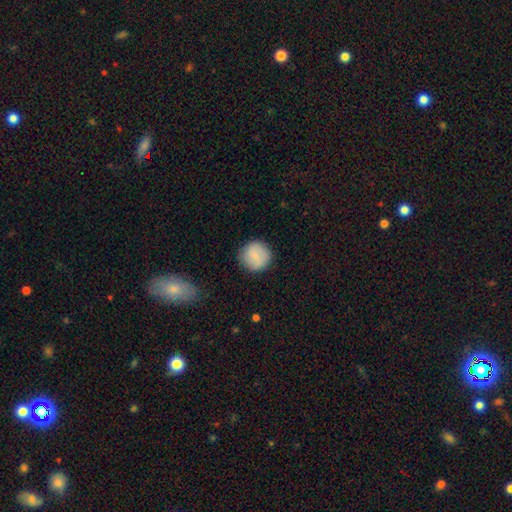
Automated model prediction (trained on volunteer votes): Morphology: type=smooth (81%); roundness=round (93%); merging=none (85%).